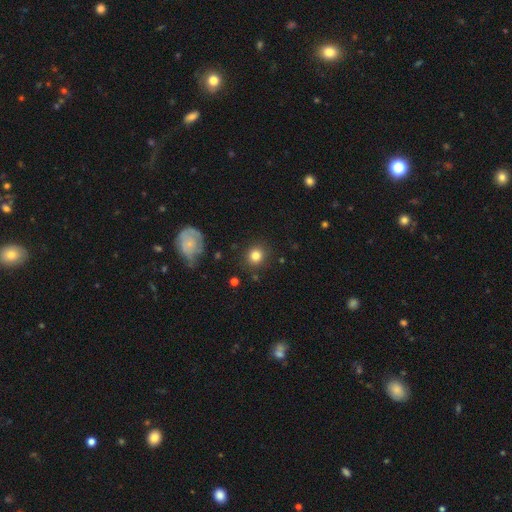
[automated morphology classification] smooth-or-featured: smooth: 81% | star or artifact: 11% | featured or disk: 9%
  how-rounded: round: 89% | in between: 10% | cigar-shaped: 1%
  merging: none: 87% | minor disturbance: 9% | major disturbance: 3% | merger: 2%